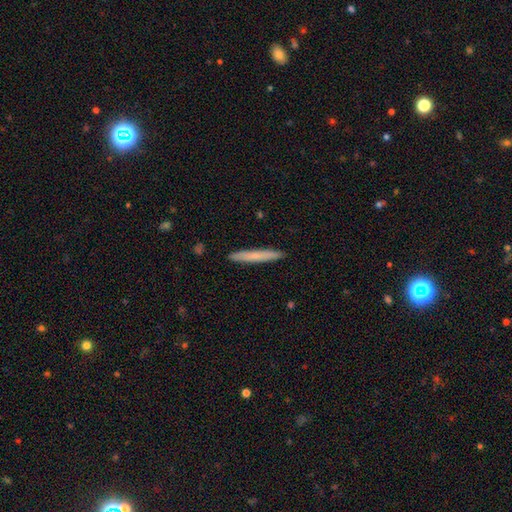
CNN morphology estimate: Smooth or featured? smooth (70%)
How rounded? cigar-shaped (97%)
Merging? none (92%)